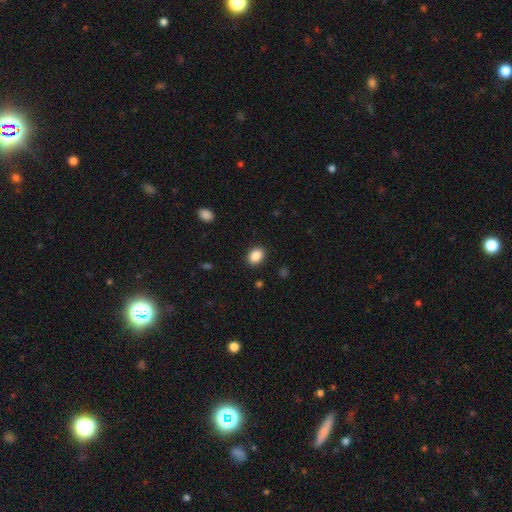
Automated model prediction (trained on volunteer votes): Smooth or featured? Predicted: smooth (p=0.88). How rounded? Predicted: in between (p=0.68). Merging? Predicted: none (p=0.89).